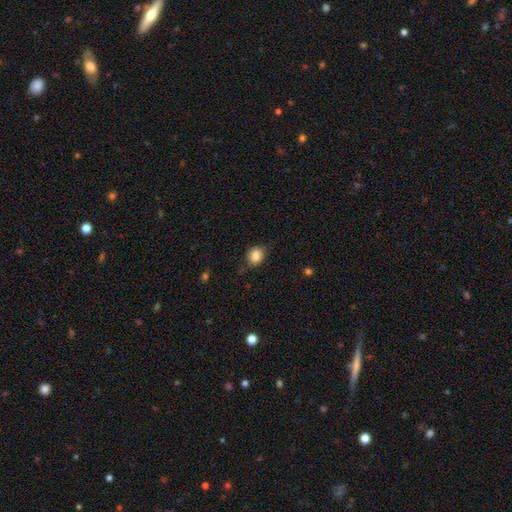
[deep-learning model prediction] A smooth galaxy with no disk features (82%) that is round (61%).

Vote fractions:
- Smooth or featured? smooth: 82% / star or artifact: 10% / featured or disk: 8%
- How rounded? round: 61% / in between: 38% / cigar-shaped: 1%
- Merging? none: 73% / minor disturbance: 20% / major disturbance: 5% / merger: 2%